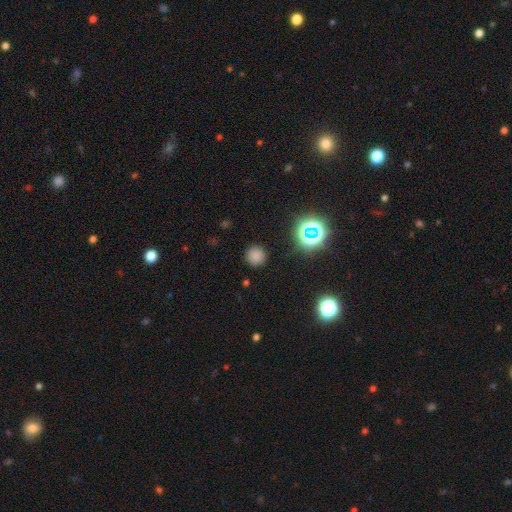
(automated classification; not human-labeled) Smooth or featured? Predicted: smooth (p=0.75). How rounded? Predicted: round (p=0.94). Merging? Predicted: none (p=0.88).